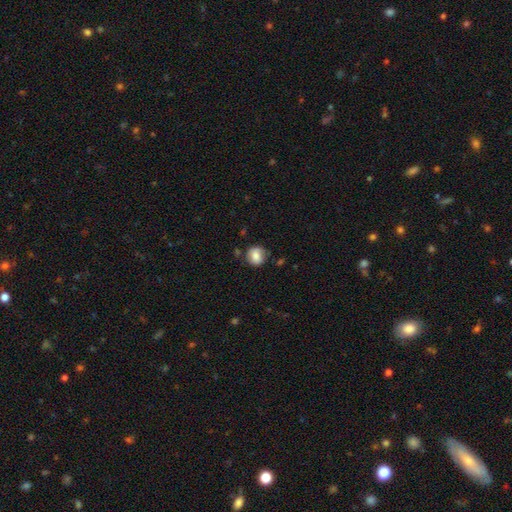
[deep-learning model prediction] smooth_or_featured: smooth (p=0.79) [alt: featured or disk p=0.12]
how_rounded: round (p=0.78) [alt: in between p=0.21]
merging: none (p=0.75) [alt: minor disturbance p=0.17]